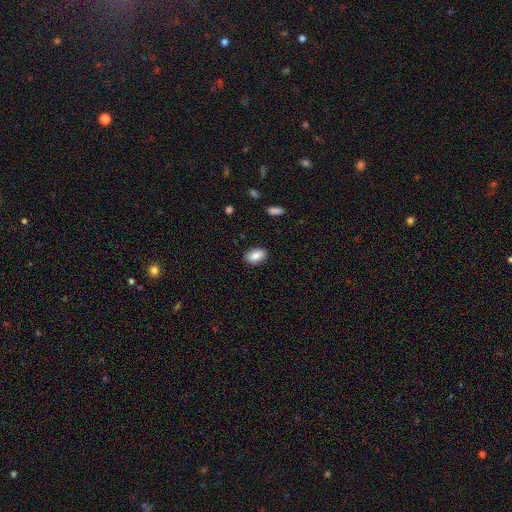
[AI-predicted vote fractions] smooth_or_featured: smooth (p=0.86) [alt: star or artifact p=0.07]
how_rounded: in between (p=0.90) [alt: round p=0.08]
merging: none (p=0.87) [alt: minor disturbance p=0.10]